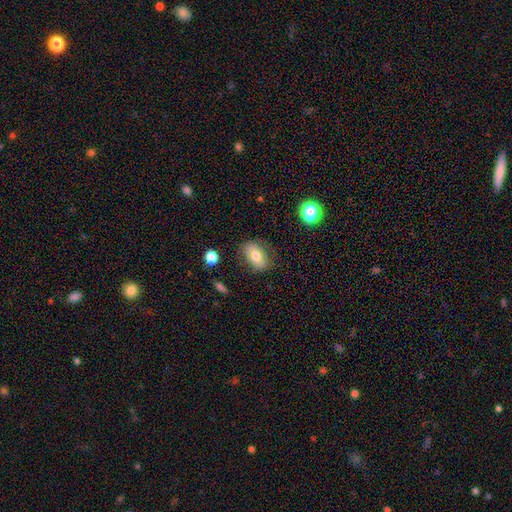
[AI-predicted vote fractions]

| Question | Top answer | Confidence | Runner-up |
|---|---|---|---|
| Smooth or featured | smooth | 70% | featured or disk (21%) |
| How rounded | in between | 86% | round (12%) |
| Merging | none | 79% | minor disturbance (15%) |